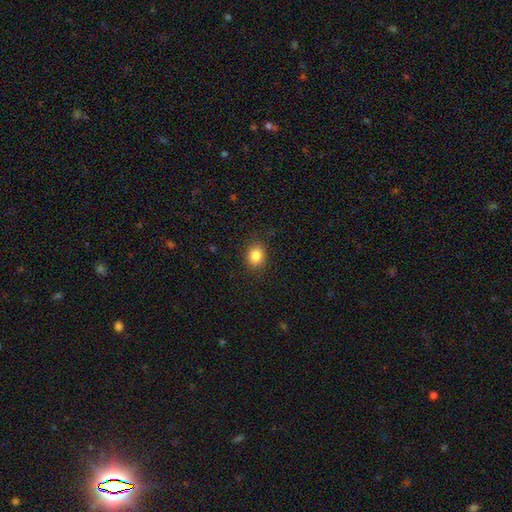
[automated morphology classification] Overall: smooth (86%). How rounded: round (63%; in between 36%). Merging: none (87%).